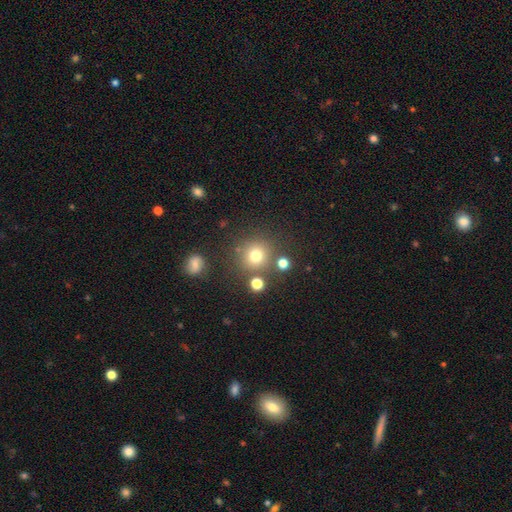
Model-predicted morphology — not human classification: smooth_or_featured: smooth (p=0.75) [alt: star or artifact p=0.17]
how_rounded: round (p=0.91) [alt: in between p=0.08]
merging: none (p=0.79) [alt: minor disturbance p=0.09]